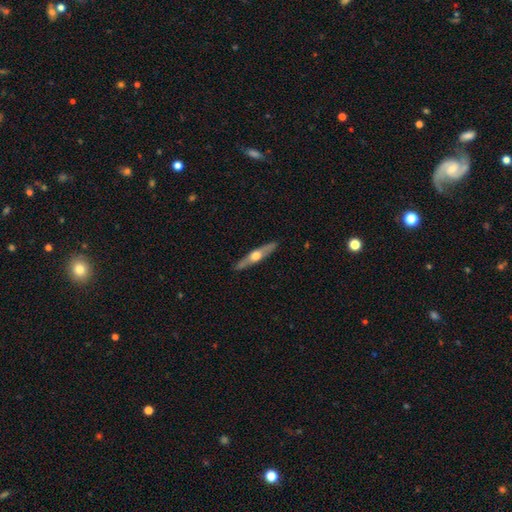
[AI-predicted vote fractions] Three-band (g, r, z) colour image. It shows a featured or disk galaxy (61%) viewed edge-on (93%) with a rounded central bulge (93%). Merging: none (88%).